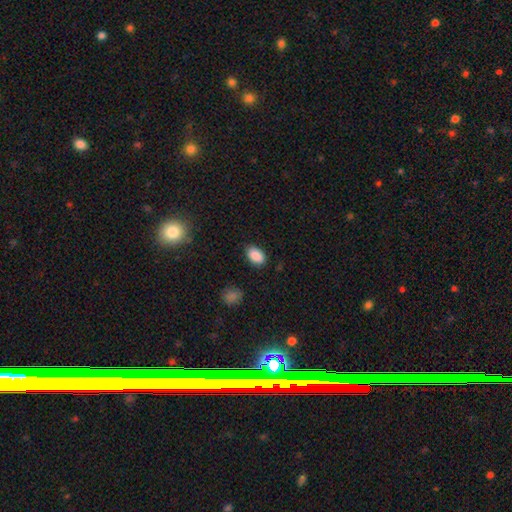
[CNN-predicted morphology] Smooth or featured? smooth (89%)
How rounded? in between (89%)
Merging? none (85%)